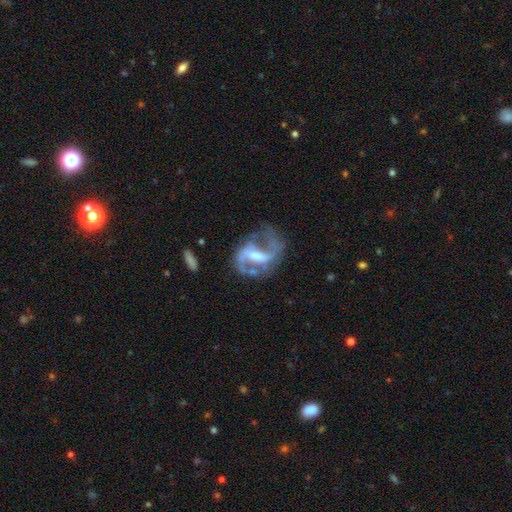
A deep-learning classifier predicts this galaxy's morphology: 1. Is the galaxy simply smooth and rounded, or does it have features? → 88% featured or disk, 6% smooth, 6% star or artifact.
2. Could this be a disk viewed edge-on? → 97% no, 3% yes.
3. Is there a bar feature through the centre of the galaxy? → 45% weak, 43% strong, 12% no.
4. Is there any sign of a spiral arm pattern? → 94% yes, 6% no.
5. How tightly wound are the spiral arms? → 50% medium, 40% loose, 10% tight.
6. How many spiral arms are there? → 88% 2, 4% can't tell, 3% 1, 2% 3, 1% 4, 1% more than 4.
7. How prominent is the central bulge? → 54% moderate, 29% small, 9% large, 7% none, 1% dominant.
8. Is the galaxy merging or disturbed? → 59% none, 19% minor disturbance, 18% major disturbance, 4% merger.